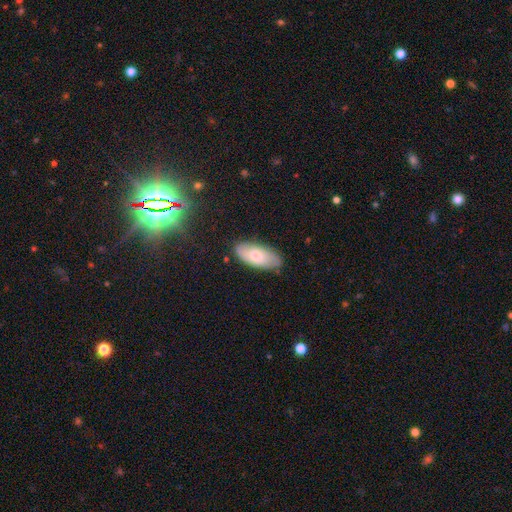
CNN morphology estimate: Q: Smooth or featured?
A: smooth (63%); runner-up: featured or disk (31%)
Q: How rounded?
A: in between (89%); runner-up: cigar-shaped (9%)
Q: Merging?
A: none (78%); runner-up: minor disturbance (17%)